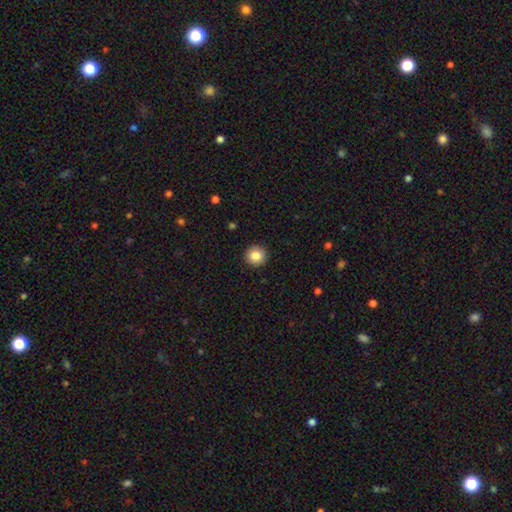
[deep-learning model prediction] The model was most divided on "smooth or featured": smooth: 85%, star or artifact: 9%, featured or disk: 6%. More confident: how rounded — round (94%); merging — none (93%).